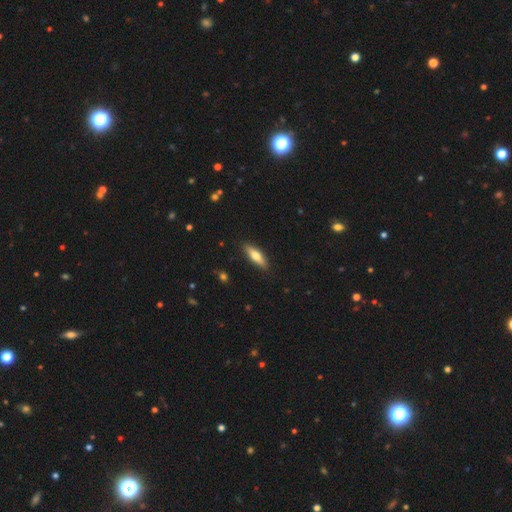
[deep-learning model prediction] smooth-or-featured: smooth: 67% | featured or disk: 28% | star or artifact: 6%
  how-rounded: cigar-shaped: 52% | in between: 46% | round: 2%
  merging: none: 88% | minor disturbance: 9% | major disturbance: 2% | merger: 1%